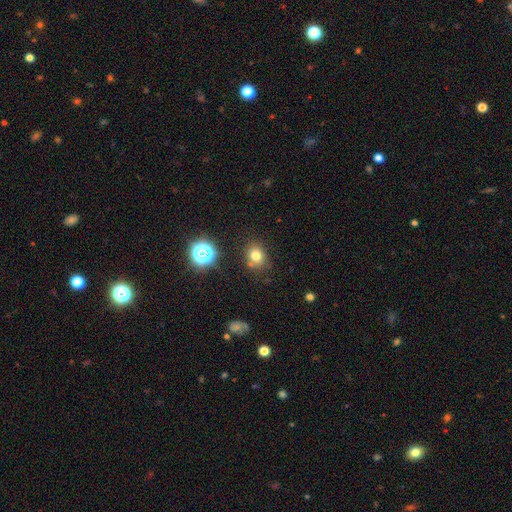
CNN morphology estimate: Smooth or featured: smooth — 75% (star or artifact — 17%)
How rounded: round — 68% (in between — 31%)
Merging: none — 76% (minor disturbance — 13%)